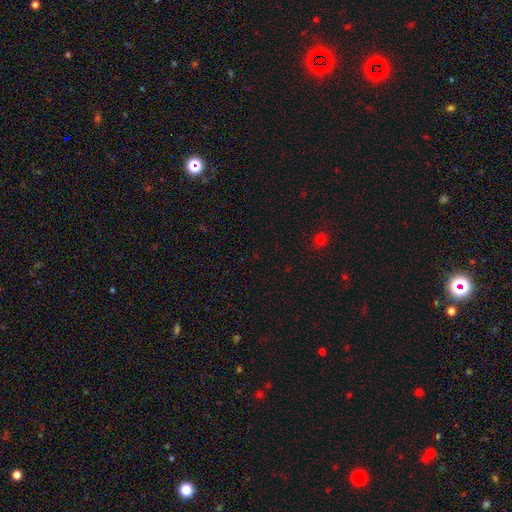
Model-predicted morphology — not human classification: smooth-or-featured: star or artifact: 64% | smooth: 29% | featured or disk: 7%